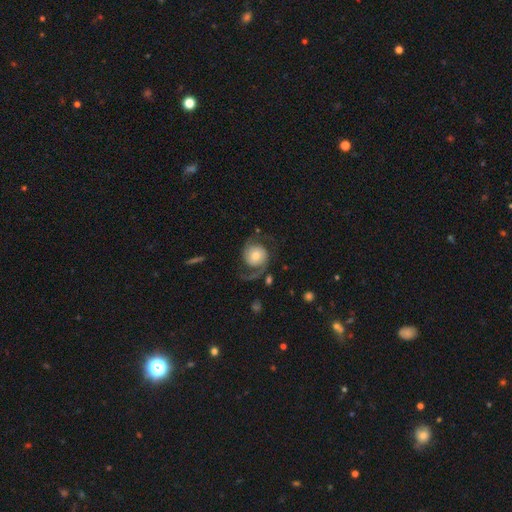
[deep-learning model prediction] The model was most divided on "spiral winding": loose: 44%, medium: 41%, tight: 14%. Remaining: edge-on disk — no (98%); spiral arms — yes (96%); spiral arm count — 2 (90%); smooth or featured — featured or disk (79%); bar — no (72%); merging — none (69%); bulge size — moderate (47%).